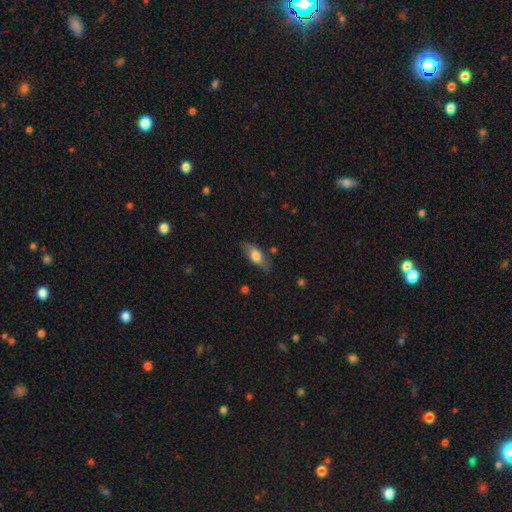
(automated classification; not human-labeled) This appears to be a smooth galaxy with no disk features (64%) that is in between round and cigar-shaped (74%). Merging: none (79%).